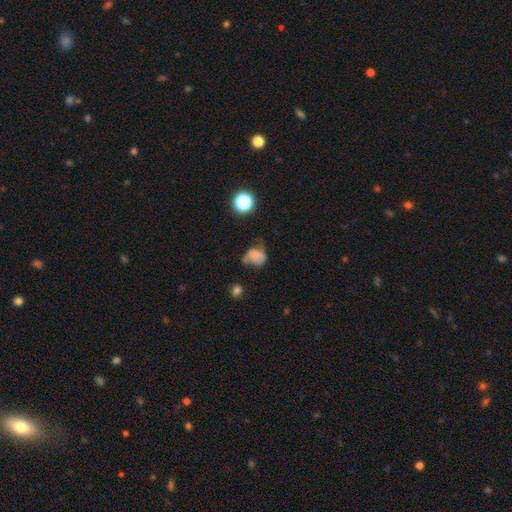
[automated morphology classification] type=smooth (63%); roundness=in between (55%); merging=minor disturbance (34%).